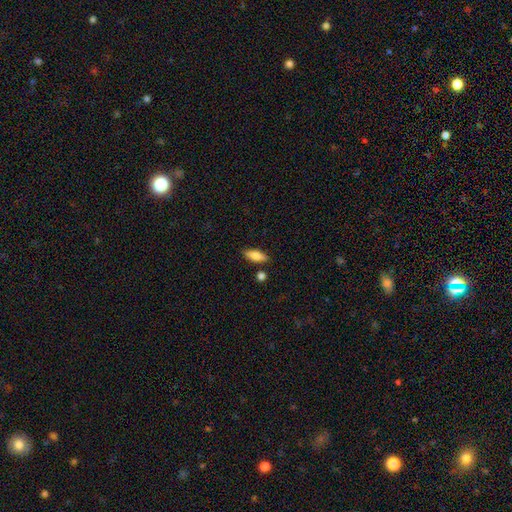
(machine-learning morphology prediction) The model was most divided on "how rounded": in between: 68%, cigar-shaped: 29%, round: 3%. More confident: merging — none (83%); smooth or featured — smooth (79%).